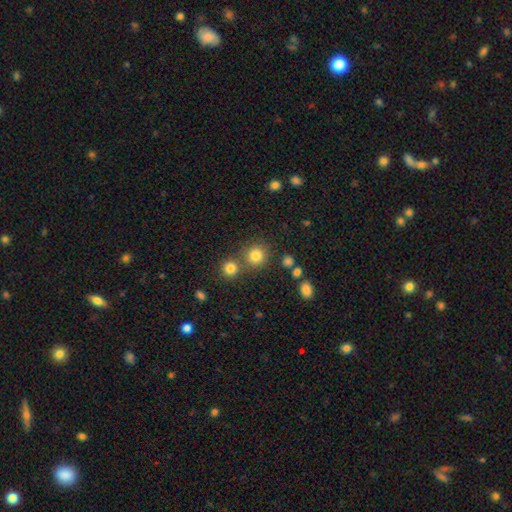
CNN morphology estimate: smooth_or_featured: smooth (p=0.80) [alt: star or artifact p=0.14]
how_rounded: round (p=0.90) [alt: in between p=0.09]
merging: none (p=0.72) [alt: merger p=0.17]